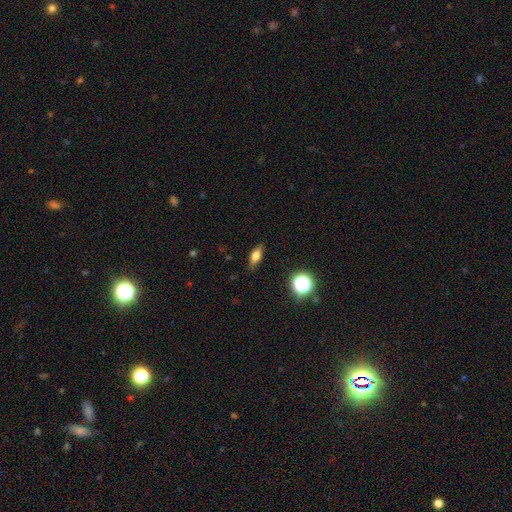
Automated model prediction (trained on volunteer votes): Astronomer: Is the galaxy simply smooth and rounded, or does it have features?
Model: smooth — 65%.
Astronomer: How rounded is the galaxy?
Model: in between — 66%.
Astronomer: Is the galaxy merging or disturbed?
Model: none — 85%.